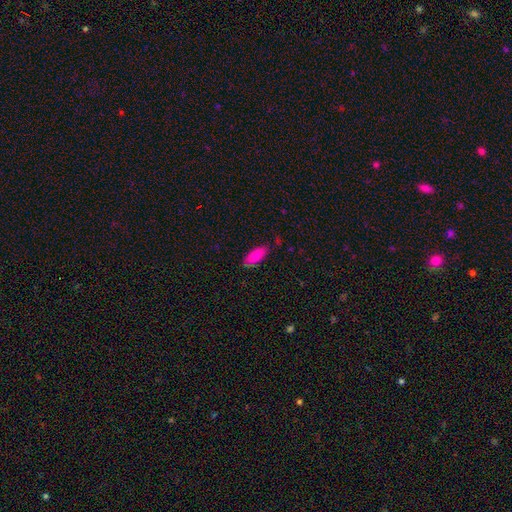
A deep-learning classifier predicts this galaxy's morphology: type=smooth (80%); roundness=in between (83%); merging=none (75%).